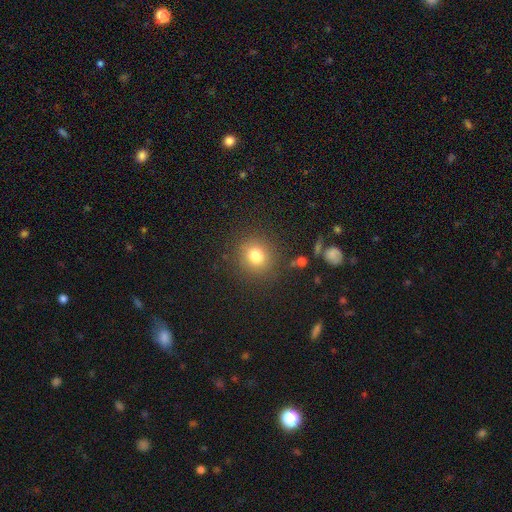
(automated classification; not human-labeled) Smooth or featured?
  - smooth: 79% *
  - star or artifact: 14%
  - featured or disk: 8%
How rounded?
  - round: 86% *
  - in between: 13%
  - cigar-shaped: 1%
Merging?
  - none: 87% *
  - minor disturbance: 8%
  - major disturbance: 3%
  - merger: 2%